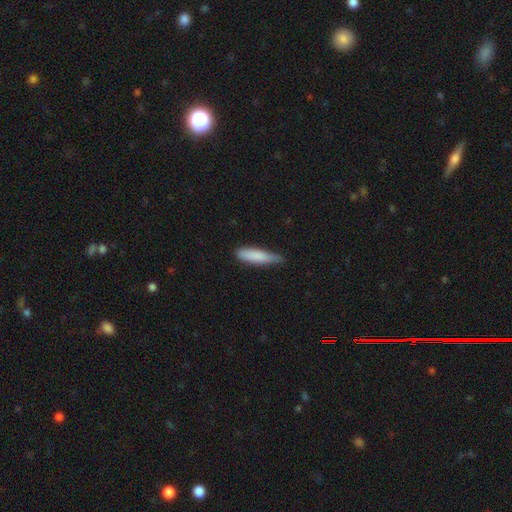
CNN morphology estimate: Smooth or featured: smooth — 83% (featured or disk — 11%)
How rounded: cigar-shaped — 73% (in between — 25%)
Merging: none — 56% (minor disturbance — 37%)